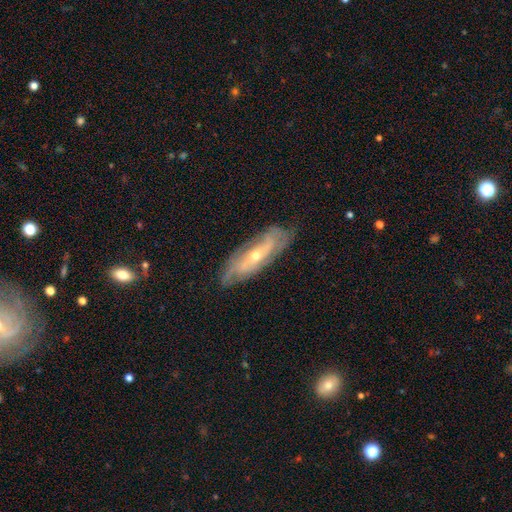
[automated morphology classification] Q: Smooth or featured?
A: featured or disk (77%); runner-up: smooth (17%)
Q: Edge-on disk?
A: no (78%); runner-up: yes (22%)
Q: Bar?
A: no (58%); runner-up: weak (28%)
Q: Spiral arms?
A: yes (86%); runner-up: no (14%)
Q: Spiral winding?
A: tight (47%); runner-up: medium (35%)
Q: Spiral arm count?
A: 2 (42%); runner-up: can't tell (38%)
Q: Bulge size?
A: small (53%); runner-up: moderate (43%)
Q: Merging?
A: none (74%); runner-up: minor disturbance (19%)